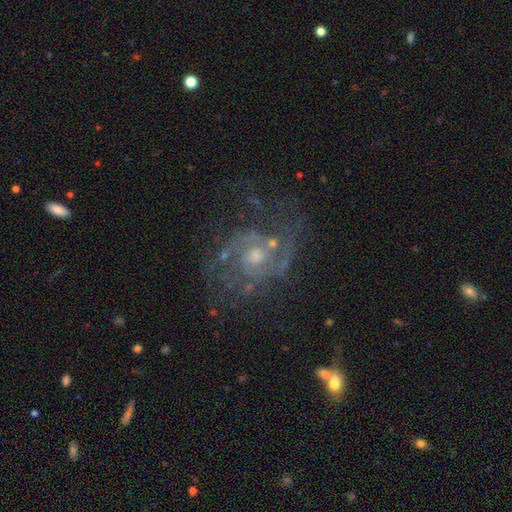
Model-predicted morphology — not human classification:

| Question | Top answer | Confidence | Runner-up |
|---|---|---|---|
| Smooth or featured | featured or disk | 85% | star or artifact (8%) |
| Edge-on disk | no | 98% | yes (2%) |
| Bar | no | 67% | weak (27%) |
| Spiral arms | yes | 94% | no (6%) |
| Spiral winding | medium | 49% | tight (36%) |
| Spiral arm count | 2 | 69% | can't tell (13%) |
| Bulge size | moderate | 56% | small (37%) |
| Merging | none | 64% | minor disturbance (18%) |